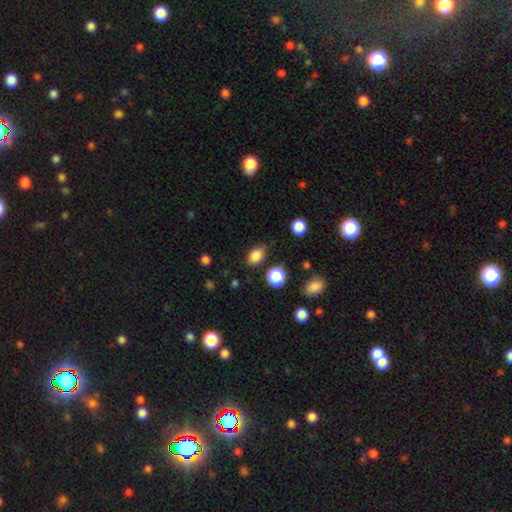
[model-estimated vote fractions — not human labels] smooth_or_featured: smooth (p=0.85) [alt: star or artifact p=0.10]
how_rounded: in between (p=0.78) [alt: round p=0.21]
merging: none (p=0.83) [alt: minor disturbance p=0.11]